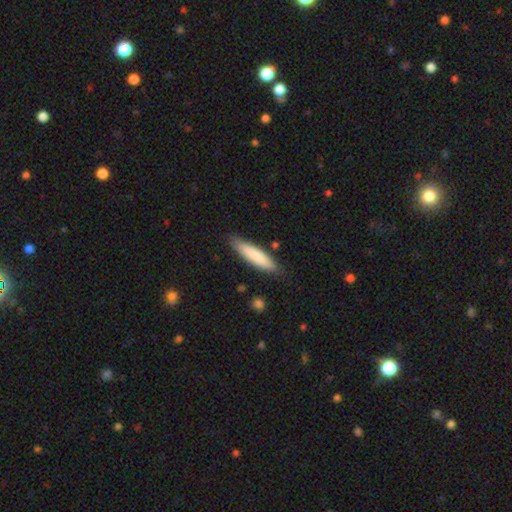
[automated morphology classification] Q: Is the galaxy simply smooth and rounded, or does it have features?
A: smooth — 82%.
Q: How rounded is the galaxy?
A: cigar-shaped — 79%.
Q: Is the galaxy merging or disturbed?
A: none — 84%.